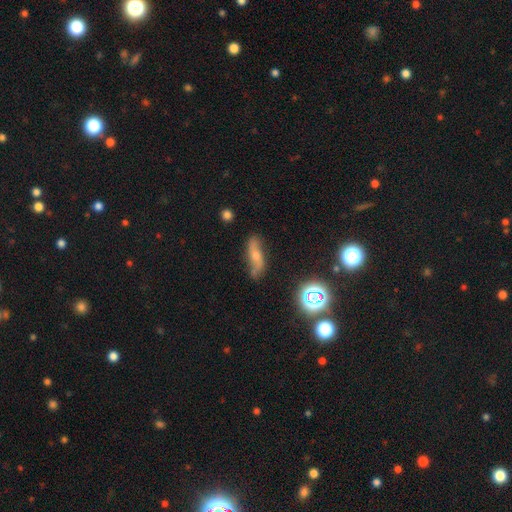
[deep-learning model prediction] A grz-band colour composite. It shows a featured or disk galaxy (57%). Merging: none (69%).